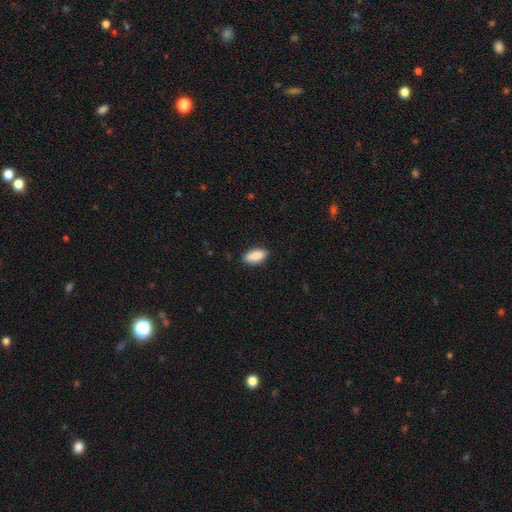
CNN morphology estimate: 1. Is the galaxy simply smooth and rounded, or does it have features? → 88% smooth, 7% star or artifact, 5% featured or disk.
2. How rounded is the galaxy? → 88% in between, 9% cigar-shaped, 3% round.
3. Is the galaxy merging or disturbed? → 82% none, 14% minor disturbance, 2% major disturbance, 1% merger.